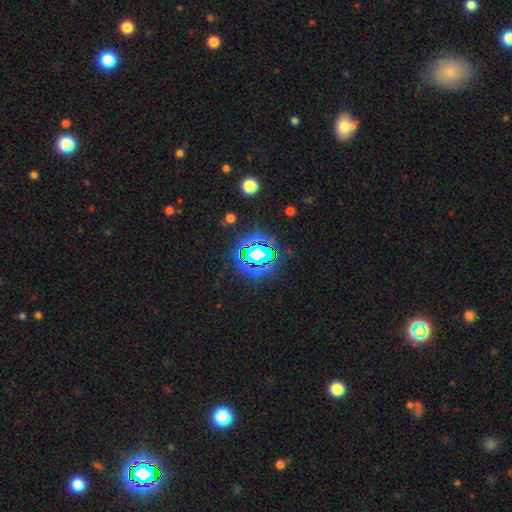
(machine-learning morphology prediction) The model was most divided on "smooth or featured": star or artifact: 75%, smooth: 13%, featured or disk: 12%.